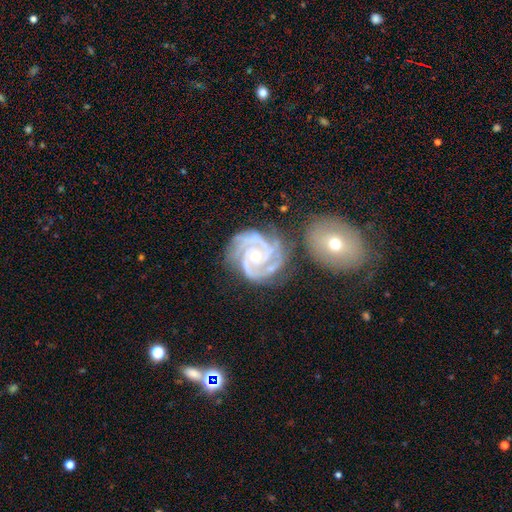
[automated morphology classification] The model was most divided on "bulge size": small: 56%, moderate: 41%, large: 1%, none: 1%, dominant: 1%. More confident: spiral arms — yes (99%); edge-on disk — no (98%); smooth or featured — featured or disk (93%); spiral winding — tight (75%); bar — no (67%); merging — none (63%); spiral arm count — 3 (52%).